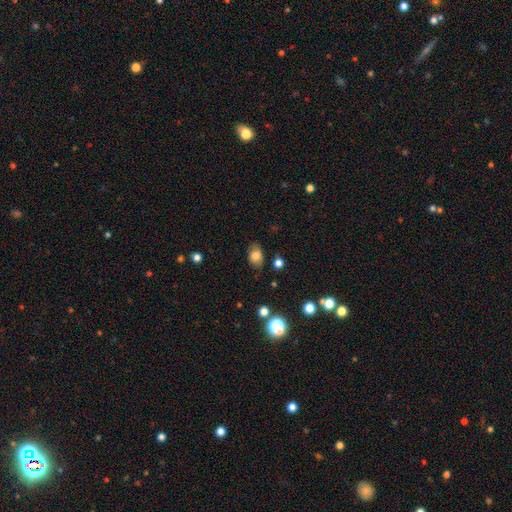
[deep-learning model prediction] Q: Smooth or featured?
A: smooth (79%); runner-up: star or artifact (11%)
Q: How rounded?
A: in between (77%); runner-up: round (22%)
Q: Merging?
A: none (79%); runner-up: minor disturbance (15%)